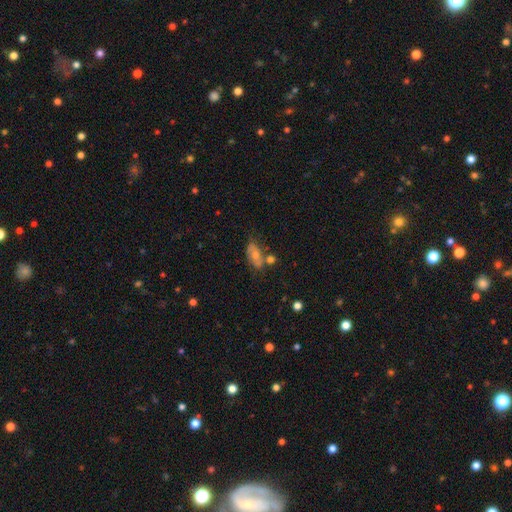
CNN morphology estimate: Overall: smooth (46%; featured or disk 41%). Merging: none (52%; minor disturbance 22%).